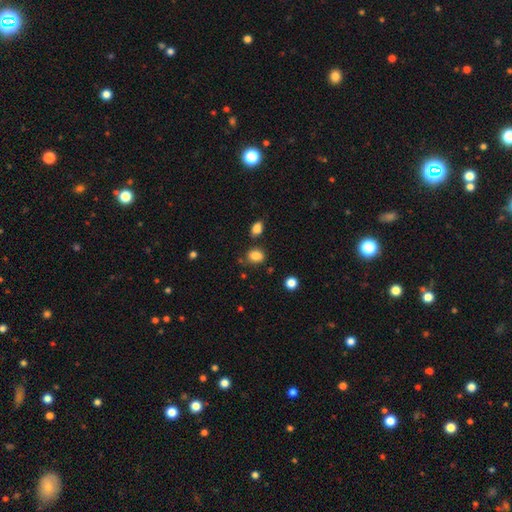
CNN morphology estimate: A smooth galaxy with no disk features (84%) that is in between round and cigar-shaped (59%).

Vote fractions:
- Smooth or featured? smooth: 84% / star or artifact: 11% / featured or disk: 5%
- How rounded? in between: 59% / round: 40% / cigar-shaped: 1%
- Merging? none: 74% / minor disturbance: 15% / merger: 7% / major disturbance: 4%